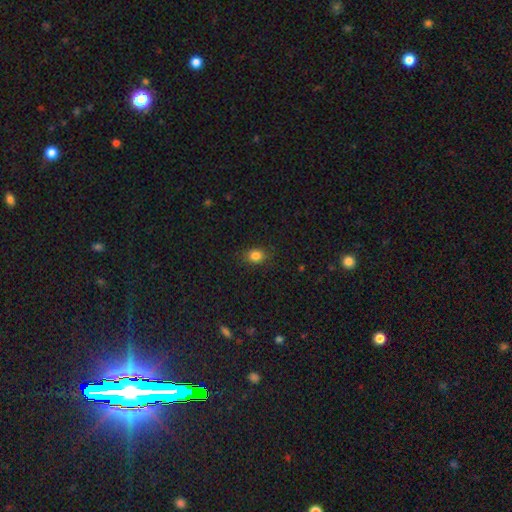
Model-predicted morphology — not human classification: Overall: smooth (84%). How rounded: in between (54%; round 44%). Merging: none (87%).